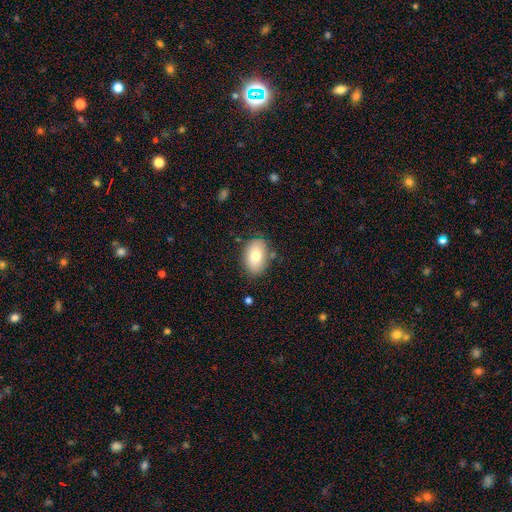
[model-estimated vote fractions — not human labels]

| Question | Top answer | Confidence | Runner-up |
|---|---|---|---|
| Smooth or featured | smooth | 77% | featured or disk (15%) |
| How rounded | in between | 87% | round (12%) |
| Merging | none | 80% | minor disturbance (14%) |